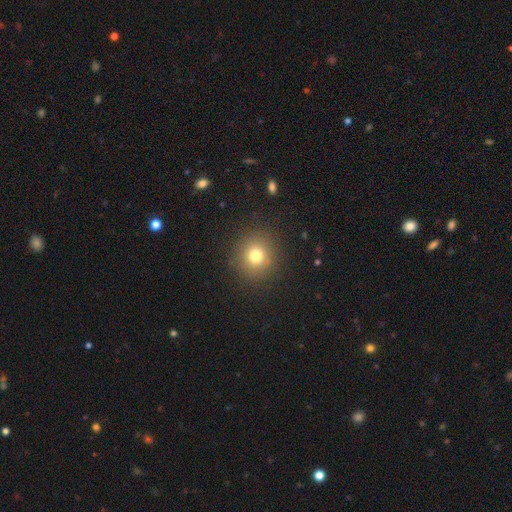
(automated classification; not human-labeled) The model was most divided on "smooth or featured": smooth: 76%, star or artifact: 15%, featured or disk: 9%. More confident: how rounded — round (90%); merging — none (89%).